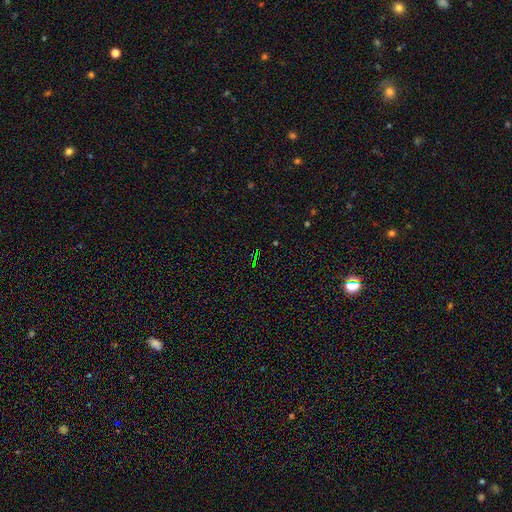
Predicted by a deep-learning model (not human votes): smooth_or_featured: star or artifact (p=0.76) [alt: smooth p=0.13]